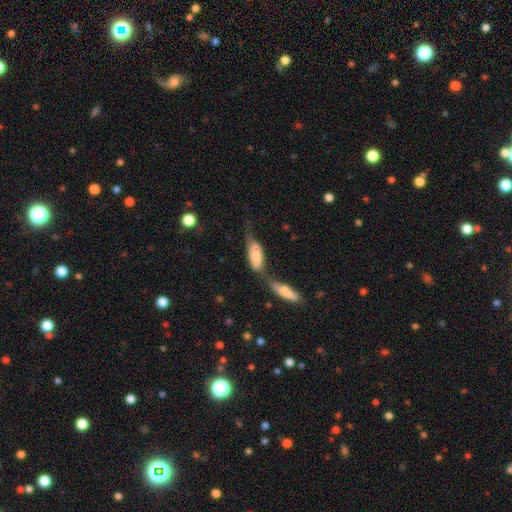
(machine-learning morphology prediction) Overall: smooth (65%; featured or disk 27%). How rounded: in between (73%). Merging: merger (58%).